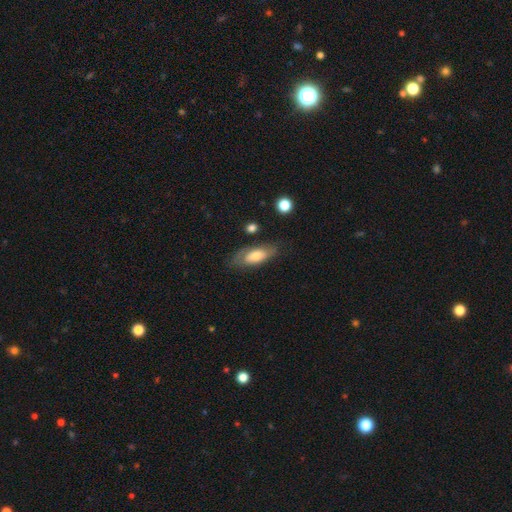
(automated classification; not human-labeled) Smooth or featured: smooth — 55% (featured or disk — 38%)
How rounded: in between — 79% (cigar-shaped — 18%)
Merging: none — 66% (minor disturbance — 23%)